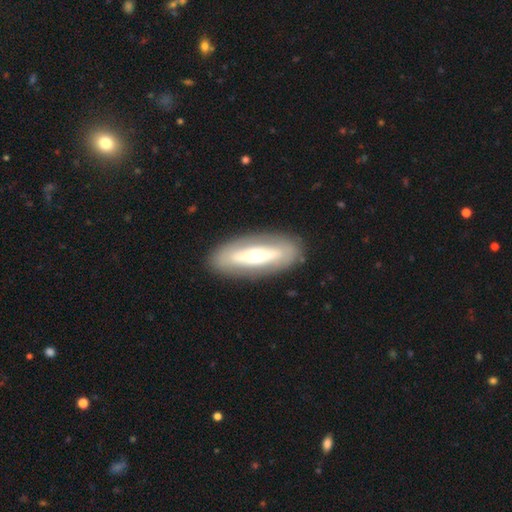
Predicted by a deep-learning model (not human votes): A featured or disk galaxy (55%). Merging: none (86%).